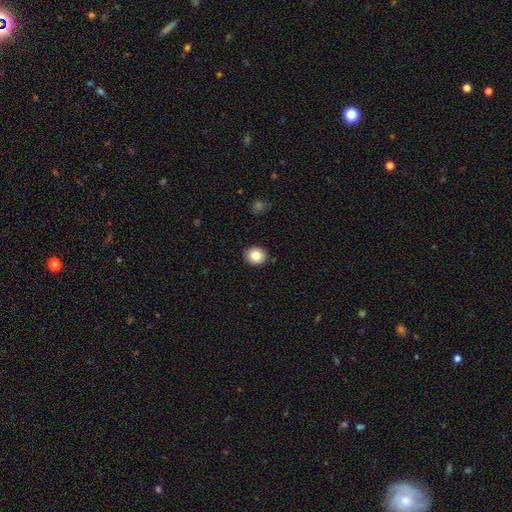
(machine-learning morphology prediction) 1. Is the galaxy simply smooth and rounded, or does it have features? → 84% smooth, 9% star or artifact, 6% featured or disk.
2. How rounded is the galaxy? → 77% round, 22% in between, 1% cigar-shaped.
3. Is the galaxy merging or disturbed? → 90% none, 7% minor disturbance, 2% major disturbance, 1% merger.